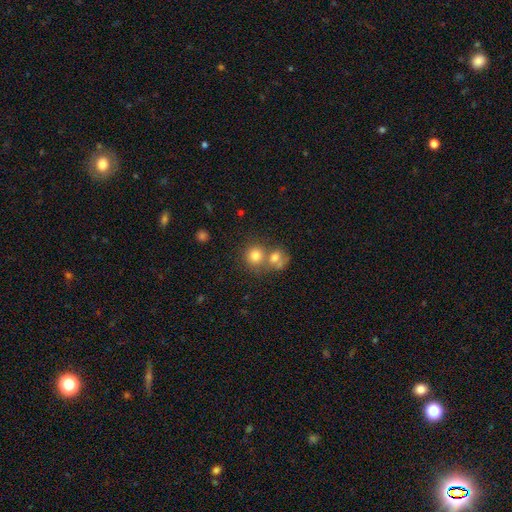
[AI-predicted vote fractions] The model was most divided on "merging": none: 46%, merger: 43%, minor disturbance: 8%, major disturbance: 4%. More confident: how rounded — round (84%); smooth or featured — smooth (78%).